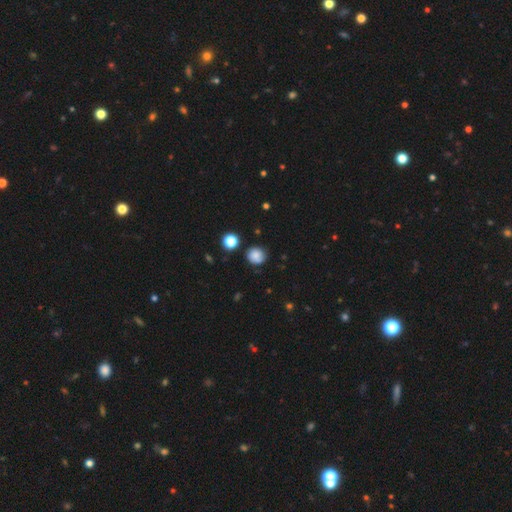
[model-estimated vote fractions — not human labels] This appears to be a smooth galaxy with no disk features (82%) that is round (87%). Merging: none (81%).